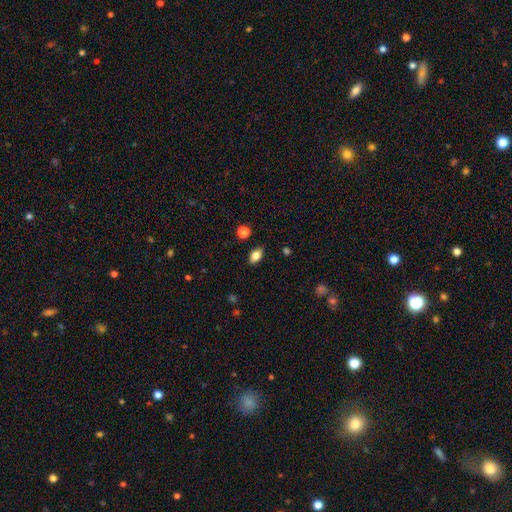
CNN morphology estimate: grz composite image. It shows a smooth galaxy with no disk features (80%) that is in between round and cigar-shaped (86%). Merging: none (84%).